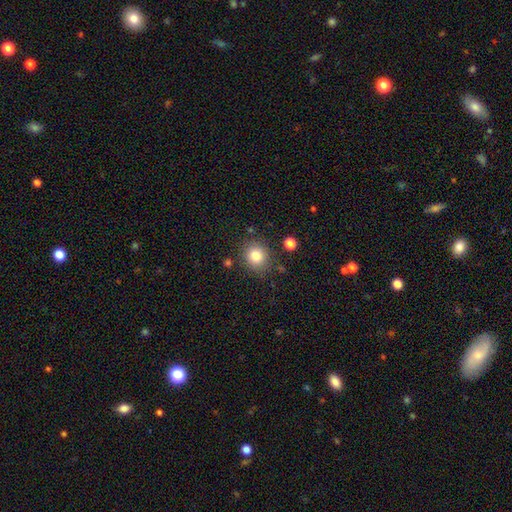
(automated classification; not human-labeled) A smooth galaxy with no disk features (81%) that is round (80%).

Vote fractions:
- Smooth or featured? smooth: 81% / star or artifact: 11% / featured or disk: 8%
- How rounded? round: 80% / in between: 19% / cigar-shaped: 1%
- Merging? none: 83% / minor disturbance: 10% / merger: 4% / major disturbance: 3%